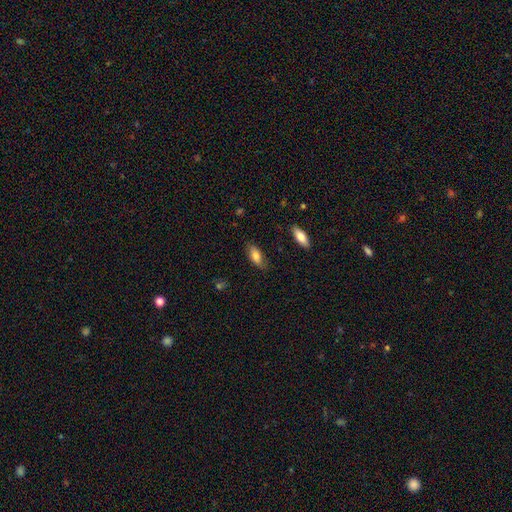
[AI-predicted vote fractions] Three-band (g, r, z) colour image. It shows a smooth galaxy with no disk features (79%) that is in between round and cigar-shaped (85%). Merging: none (77%).